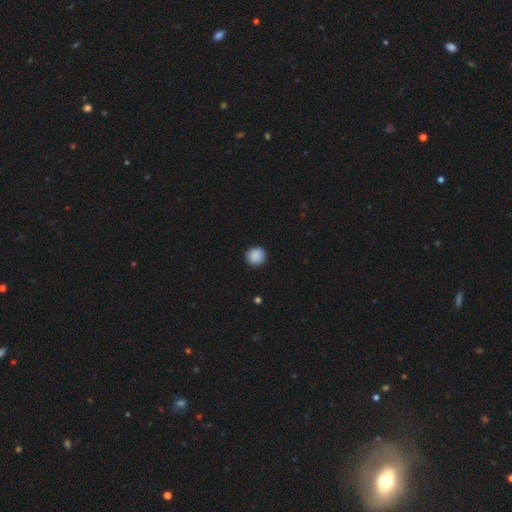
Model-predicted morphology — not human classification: The model was most divided on "smooth or featured": smooth: 90%, star or artifact: 8%, featured or disk: 2%. More confident: how rounded — round (94%); merging — none (92%).